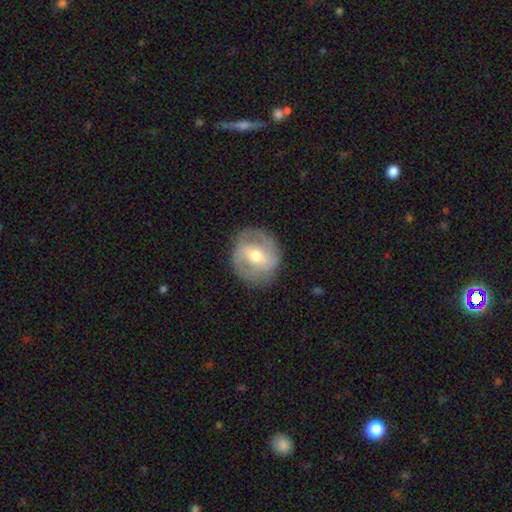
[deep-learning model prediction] Smooth or featured?
  - featured or disk: 67% *
  - smooth: 27%
  - star or artifact: 6%
Edge-on disk?
  - no: 95% *
  - yes: 5%
Bar?
  - weak: 41% *
  - strong: 37%
  - no: 22%
Spiral arms?
  - yes: 68% *
  - no: 32%
Bulge size?
  - moderate: 70% *
  - small: 23%
  - large: 5%
  - none: 1%
  - dominant: 1%
Merging?
  - none: 81% *
  - minor disturbance: 12%
  - major disturbance: 5%
  - merger: 1%